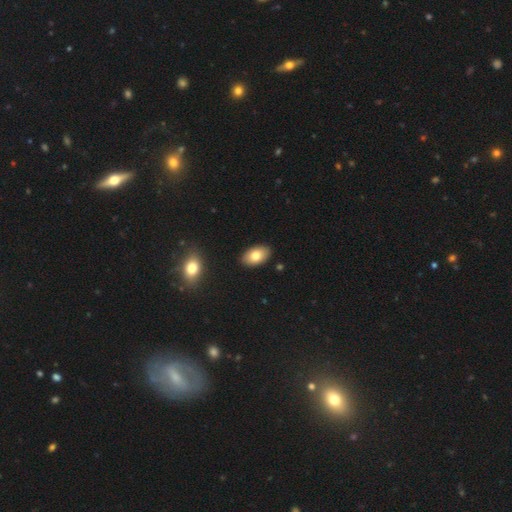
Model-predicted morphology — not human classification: Smooth or featured? smooth (78%)
How rounded? in between (93%)
Merging? none (89%)